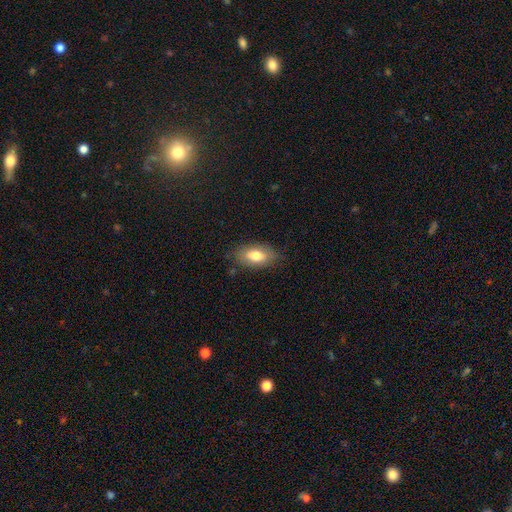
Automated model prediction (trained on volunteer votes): This is likely a smooth galaxy (75%). How rounded: clearly in between (90%). Merging: clearly none (81%).